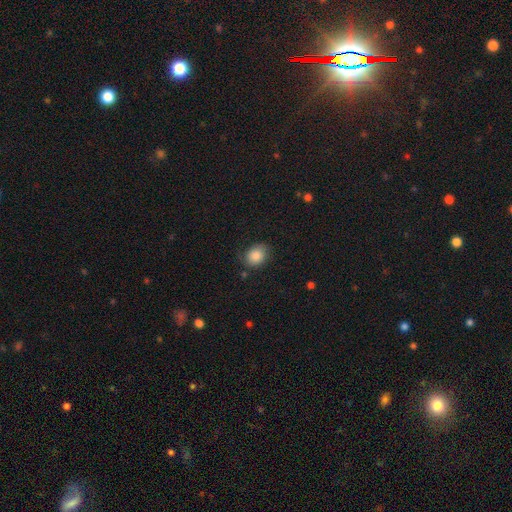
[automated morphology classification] Smooth or featured: smooth — 86% (star or artifact — 8%)
How rounded: in between — 51% (round — 48%)
Merging: none — 76% (minor disturbance — 18%)